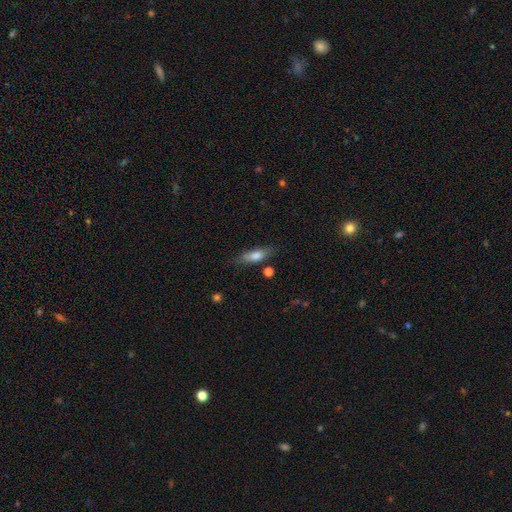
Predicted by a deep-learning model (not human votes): smooth_or_featured: smooth (p=0.70) [alt: featured or disk p=0.22]
how_rounded: in between (p=0.52) [alt: cigar-shaped p=0.45]
merging: none (p=0.71) [alt: minor disturbance p=0.20]